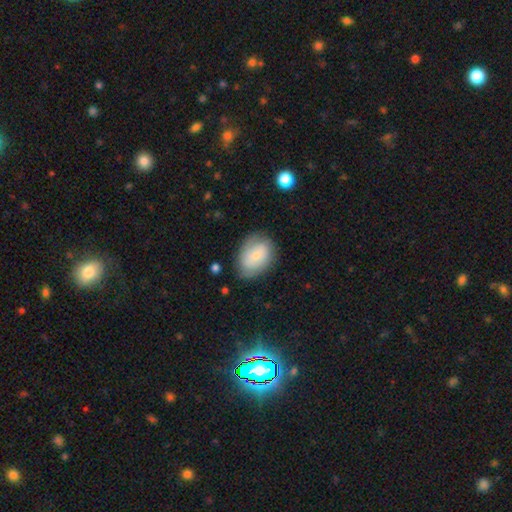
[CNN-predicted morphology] Overall: smooth (60%; featured or disk 33%). How rounded: in between (75%). Merging: none (72%).